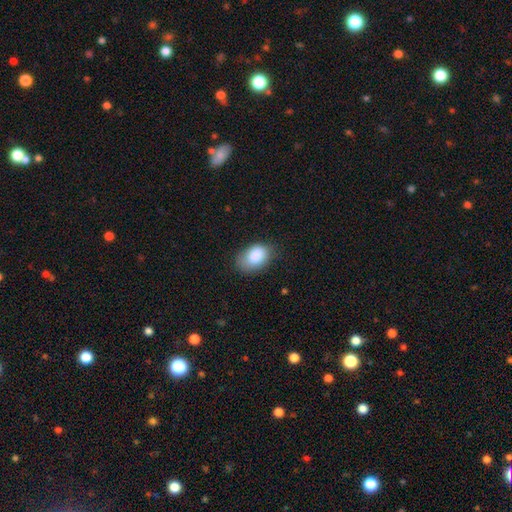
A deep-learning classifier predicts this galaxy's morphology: Smooth or featured?
  - smooth: 85% *
  - star or artifact: 8%
  - featured or disk: 8%
How rounded?
  - in between: 85% *
  - round: 14%
  - cigar-shaped: 1%
Merging?
  - none: 70% *
  - minor disturbance: 23%
  - major disturbance: 6%
  - merger: 1%